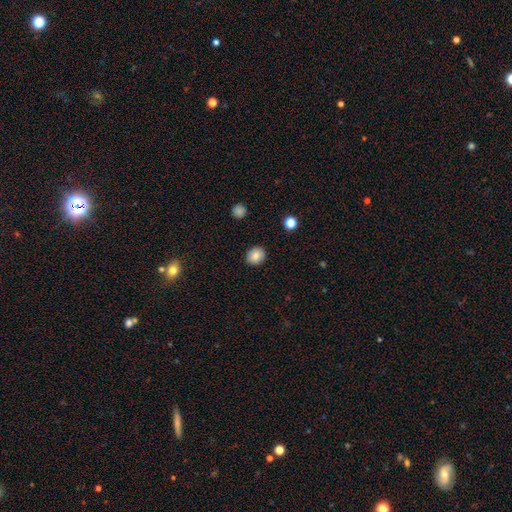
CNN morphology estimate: smooth-or-featured: smooth: 82% | star or artifact: 10% | featured or disk: 9%
  how-rounded: round: 79% | in between: 20% | cigar-shaped: 1%
  merging: none: 90% | minor disturbance: 7% | major disturbance: 2% | merger: 1%